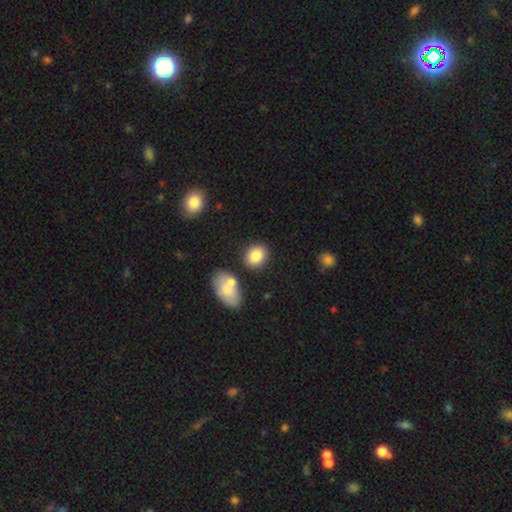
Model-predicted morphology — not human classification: This appears to be a smooth galaxy with no disk features (85%) that is round (56%). Merging: none (80%).